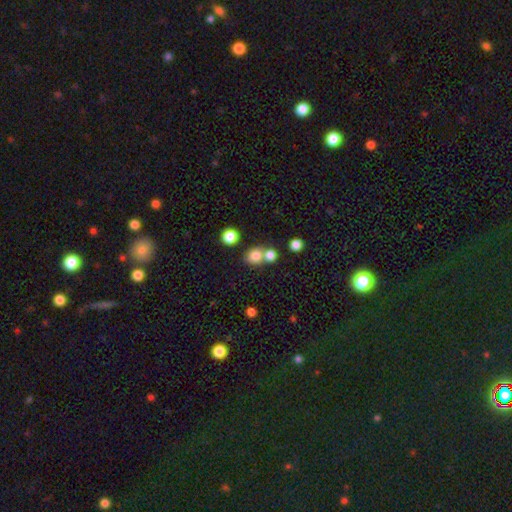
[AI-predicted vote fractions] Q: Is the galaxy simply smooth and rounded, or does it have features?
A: smooth — 80%.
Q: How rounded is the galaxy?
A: round — 79%.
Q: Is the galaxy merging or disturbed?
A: none — 52%.